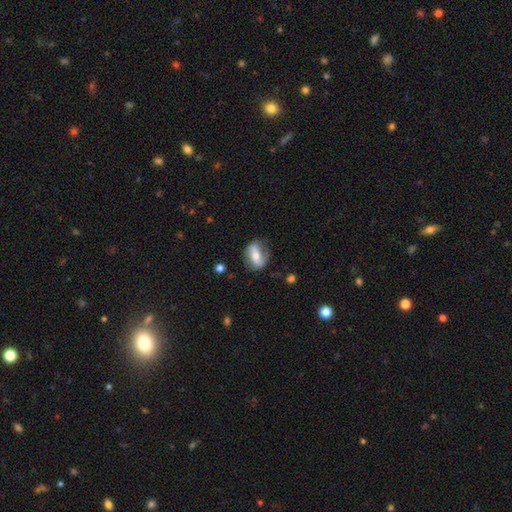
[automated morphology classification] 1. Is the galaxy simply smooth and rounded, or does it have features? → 68% featured or disk, 25% smooth, 6% star or artifact.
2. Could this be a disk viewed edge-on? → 93% no, 7% yes.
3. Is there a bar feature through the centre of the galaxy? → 47% strong, 28% weak, 25% no.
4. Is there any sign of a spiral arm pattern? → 81% yes, 19% no.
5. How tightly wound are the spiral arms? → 43% loose, 36% medium, 21% tight.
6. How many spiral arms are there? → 85% 2, 7% can't tell, 5% 1, 1% 3, 1% 4, 1% more than 4.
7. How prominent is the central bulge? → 63% moderate, 29% small, 5% large, 2% none, 1% dominant.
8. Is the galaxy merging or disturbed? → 75% none, 17% minor disturbance, 7% major disturbance, 2% merger.